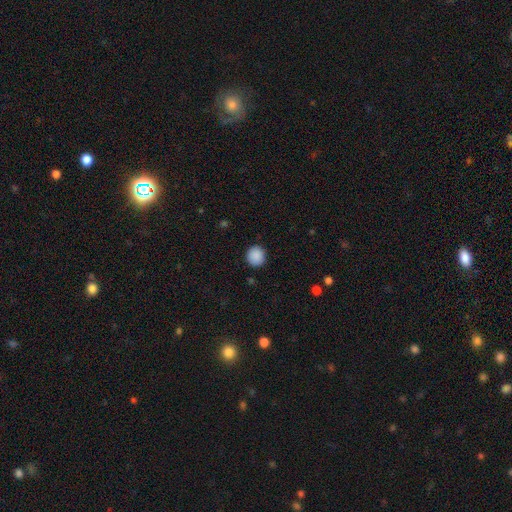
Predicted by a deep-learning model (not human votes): A smooth galaxy with no disk features (89%) that is round (87%). Merging: none (89%).